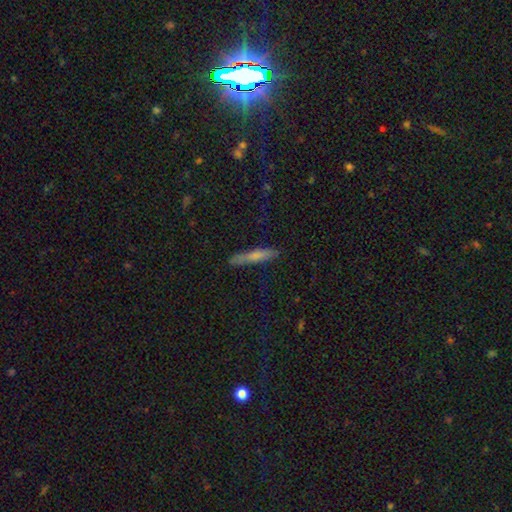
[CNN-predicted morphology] A smooth galaxy with no disk features (67%) that is cigar-shaped (92%). Merging: none (84%).